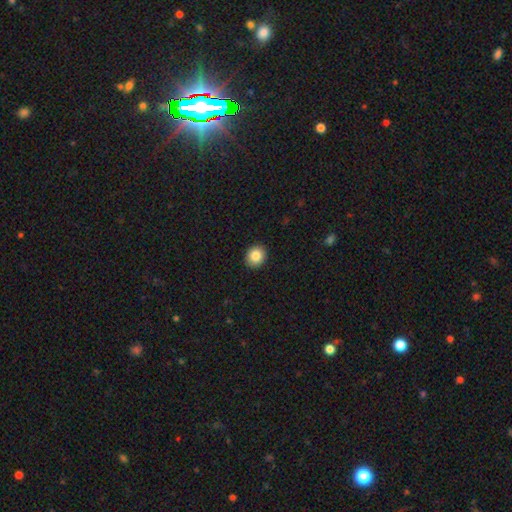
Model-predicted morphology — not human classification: type=smooth (86%); roundness=round (82%); merging=none (92%).